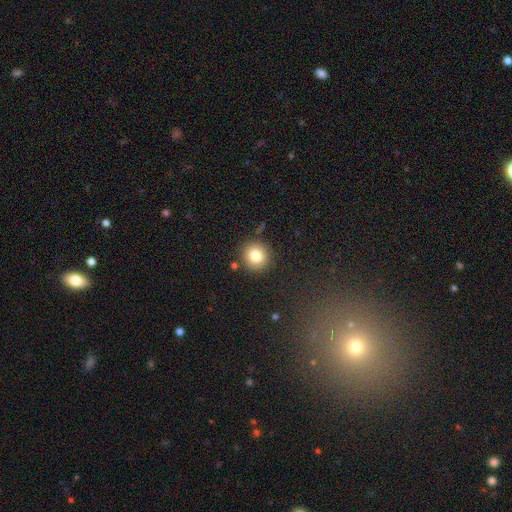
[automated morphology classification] Smooth or featured?
  - smooth: 82% *
  - star or artifact: 11%
  - featured or disk: 8%
How rounded?
  - round: 92% *
  - in between: 7%
  - cigar-shaped: 1%
Merging?
  - none: 87% *
  - minor disturbance: 8%
  - merger: 3%
  - major disturbance: 3%